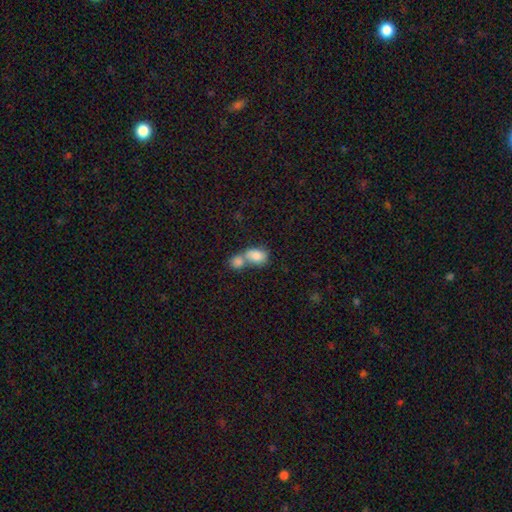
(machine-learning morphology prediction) smooth_or_featured: smooth (p=0.82) [alt: featured or disk p=0.11]
how_rounded: in between (p=0.74) [alt: round p=0.24]
merging: merger (p=0.72) [alt: none p=0.18]